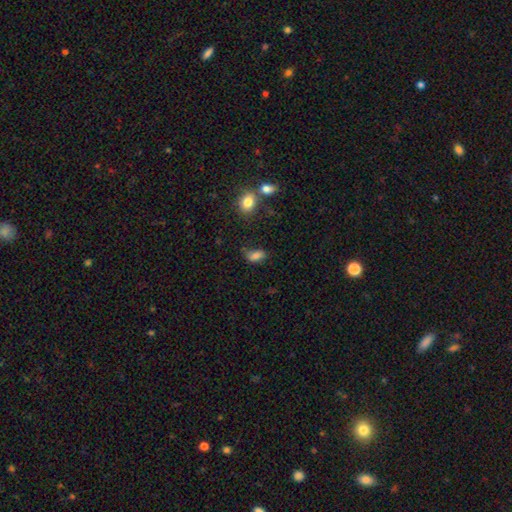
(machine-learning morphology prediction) Overall: smooth (82%). How rounded: in between (87%). Merging: none (57%; minor disturbance 27%).